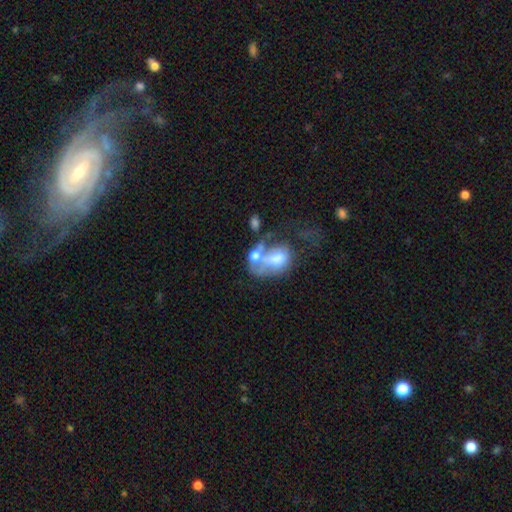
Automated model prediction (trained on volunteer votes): Morphology: type=smooth (50%); merging=merger (54%).